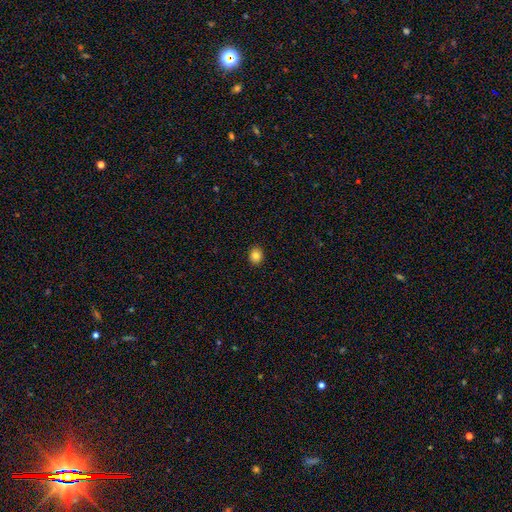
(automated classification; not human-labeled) Morphology: type=smooth (83%); roundness=round (62%); merging=none (91%).